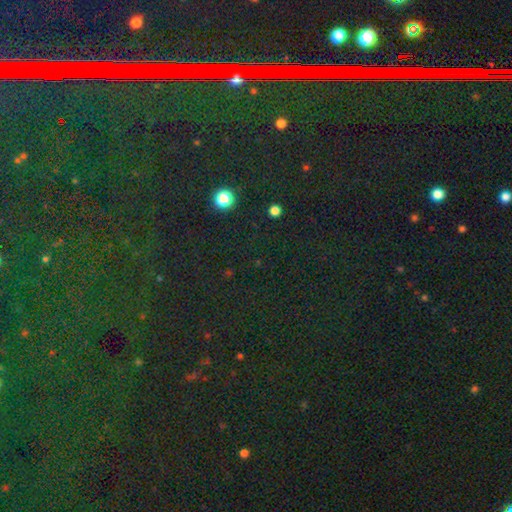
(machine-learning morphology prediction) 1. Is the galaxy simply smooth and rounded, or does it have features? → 81% star or artifact, 11% smooth, 7% featured or disk.